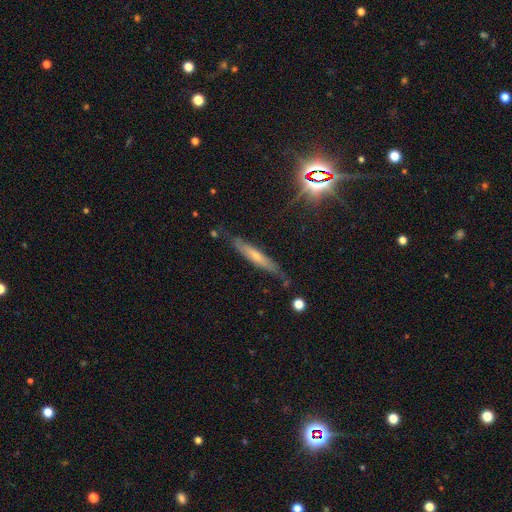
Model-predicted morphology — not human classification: smooth_or_featured: featured or disk (p=0.49) [alt: smooth p=0.41]
merging: none (p=0.74) [alt: minor disturbance p=0.20]